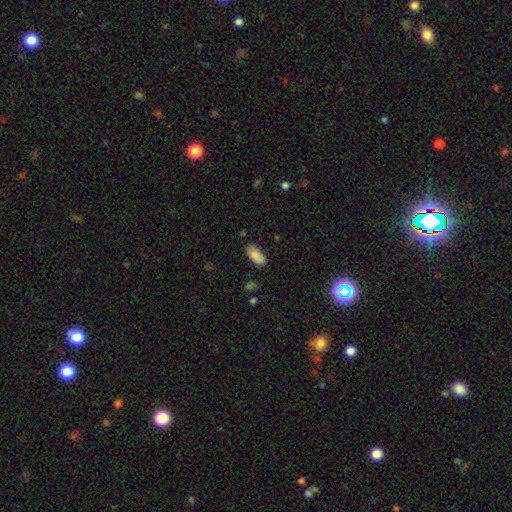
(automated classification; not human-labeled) Overall: smooth (87%). How rounded: in between (90%). Merging: none (77%).